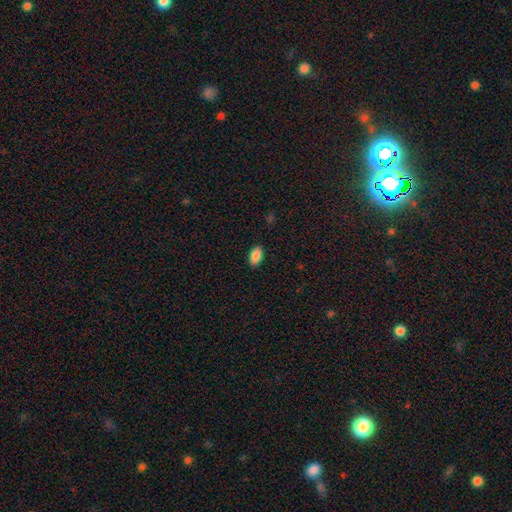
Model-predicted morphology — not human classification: Smooth or featured? Predicted: smooth (p=0.88). How rounded? Predicted: in between (p=0.92). Merging? Predicted: none (p=0.89).